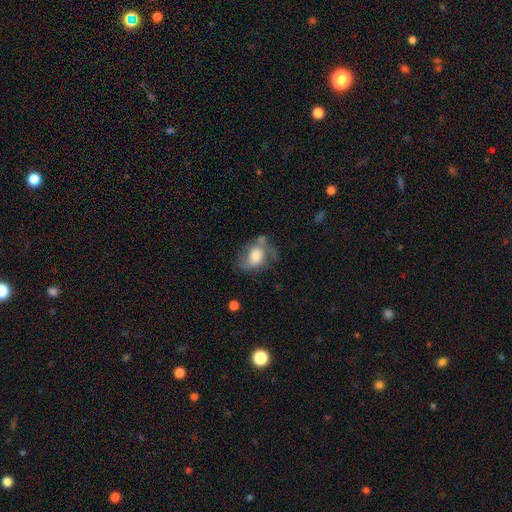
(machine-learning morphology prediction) Smooth or featured? Predicted: smooth (p=0.53). How rounded? Predicted: in between (p=0.71). Merging? Predicted: none (p=0.43).